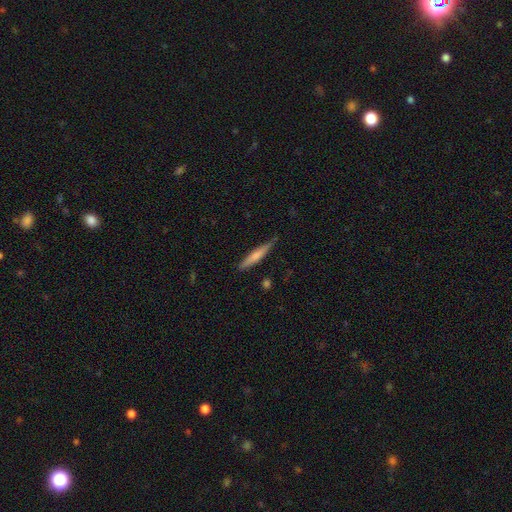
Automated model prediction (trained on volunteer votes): smooth 62%, featured or disk 32%, star or artifact 6%. Down the decision tree: how rounded — cigar-shaped (93%); merging — none (81%).